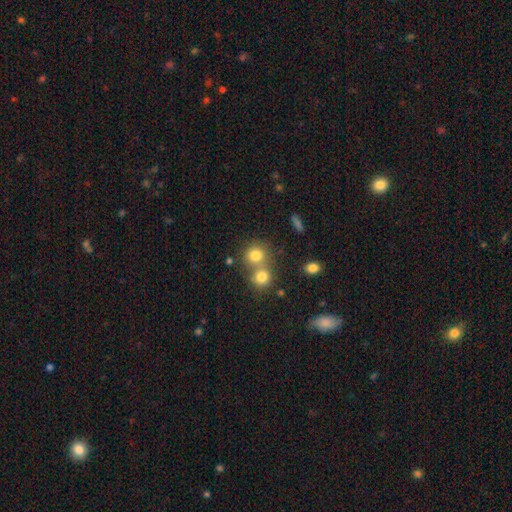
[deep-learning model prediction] smooth-or-featured: smooth: 79% | star or artifact: 12% | featured or disk: 9%
  how-rounded: round: 83% | in between: 16% | cigar-shaped: 1%
  merging: merger: 45% (tied) | none: 45% (tied) | minor disturbance: 7% | major disturbance: 3%